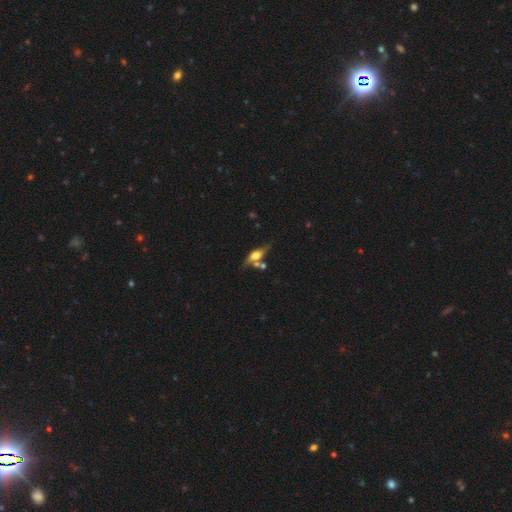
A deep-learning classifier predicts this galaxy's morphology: Smooth or featured: featured or disk — 53% (smooth — 39%)
Edge-on disk: yes — 80% (no — 20%)
Merging: none — 60% (merger — 17%)